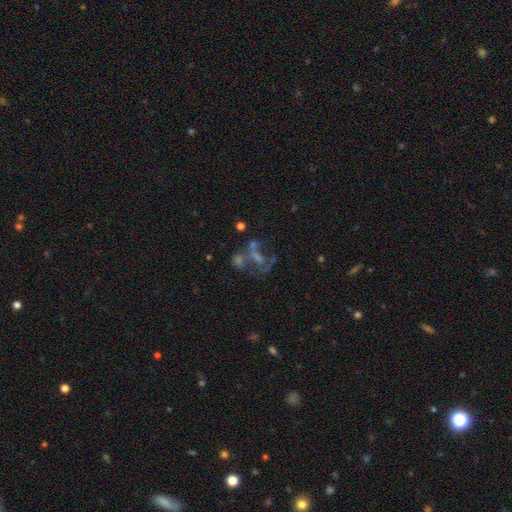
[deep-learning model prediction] Smooth or featured: featured or disk — 48% (star or artifact — 29%)
Merging: merger — 33% (none — 31%)